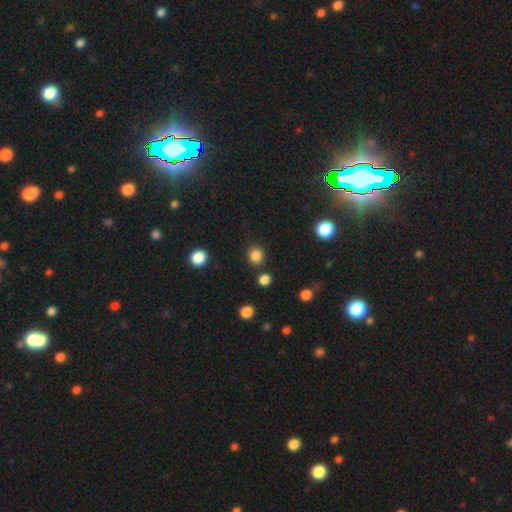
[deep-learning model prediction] A smooth galaxy with no disk features (84%) that is round (85%).

Vote fractions:
- Smooth or featured? smooth: 84% / star or artifact: 12% / featured or disk: 4%
- How rounded? round: 85% / in between: 14% / cigar-shaped: 1%
- Merging? none: 85% / minor disturbance: 7% / merger: 5% / major disturbance: 3%